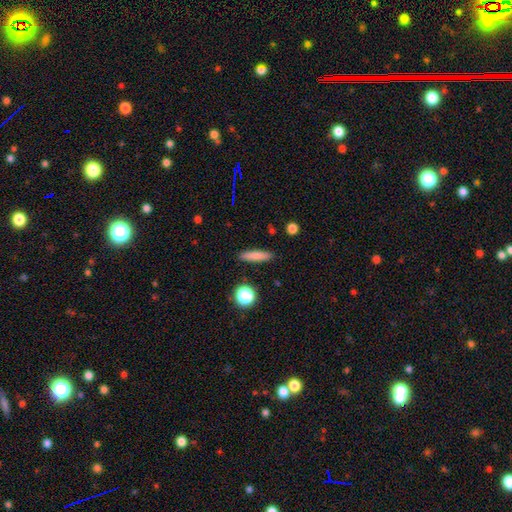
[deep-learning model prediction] smooth 80%, featured or disk 11%, star or artifact 9%. Down the decision tree: how rounded — cigar-shaped (81%); merging — none (90%).